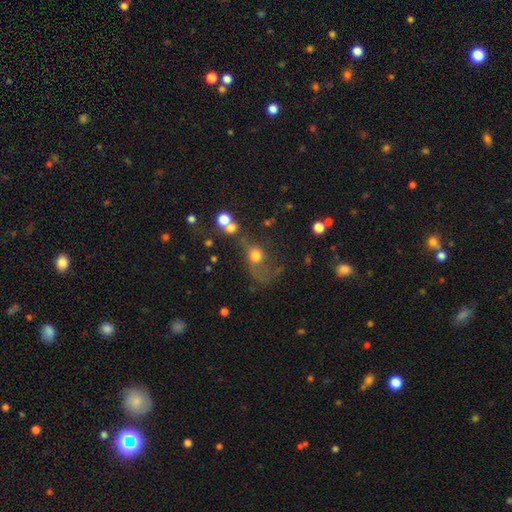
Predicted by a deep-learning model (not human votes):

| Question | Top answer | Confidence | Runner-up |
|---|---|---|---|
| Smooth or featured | smooth | 63% | featured or disk (22%) |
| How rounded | round | 60% | in between (37%) |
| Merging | major disturbance | 44% | none (26%) |